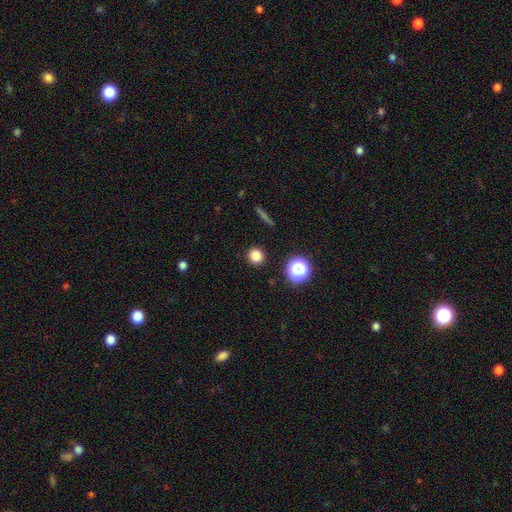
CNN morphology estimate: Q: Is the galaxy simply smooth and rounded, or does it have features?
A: smooth — 81%.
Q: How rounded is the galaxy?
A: round — 93%.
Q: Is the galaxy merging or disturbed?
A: none — 92%.